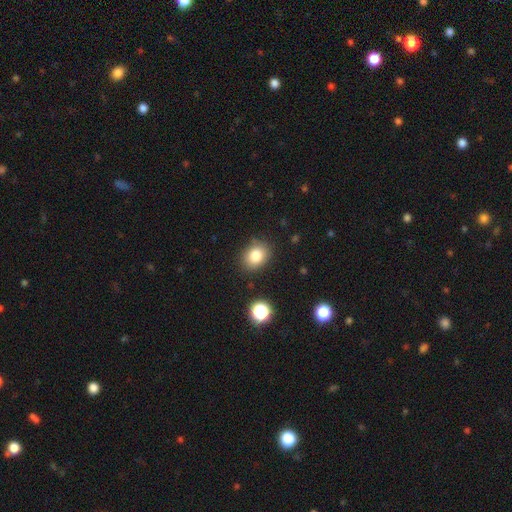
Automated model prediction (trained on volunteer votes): Q: Smooth or featured?
A: smooth (82%); runner-up: star or artifact (11%)
Q: How rounded?
A: in between (51%); runner-up: round (48%)
Q: Merging?
A: none (84%); runner-up: minor disturbance (11%)